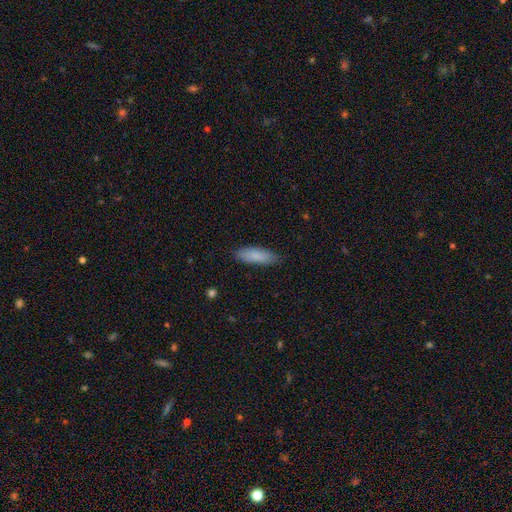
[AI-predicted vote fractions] Q: Smooth or featured?
A: smooth (86%); runner-up: featured or disk (8%)
Q: How rounded?
A: in between (54%); runner-up: cigar-shaped (45%)
Q: Merging?
A: none (84%); runner-up: minor disturbance (12%)